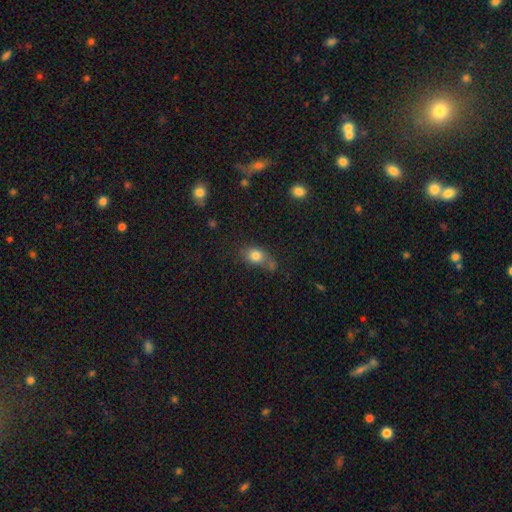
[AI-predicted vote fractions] Smooth or featured?
  - smooth: 78% *
  - featured or disk: 11%
  - star or artifact: 11%
How rounded?
  - in between: 60% *
  - round: 37%
  - cigar-shaped: 3%
Merging?
  - none: 45% *
  - minor disturbance: 25%
  - merger: 16%
  - major disturbance: 14%